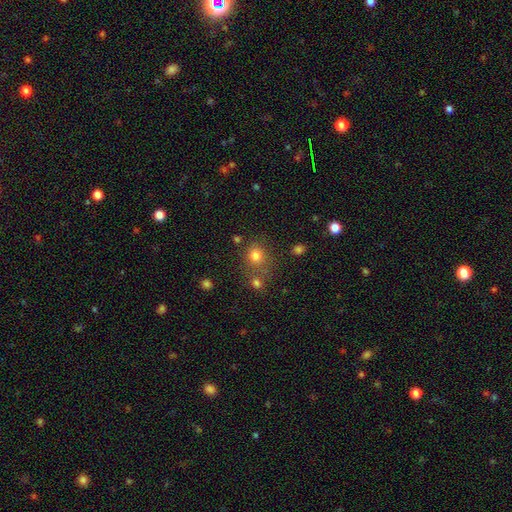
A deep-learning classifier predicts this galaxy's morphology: This appears to be a smooth galaxy with no disk features (77%) that is round (82%). Merging: none (66%).